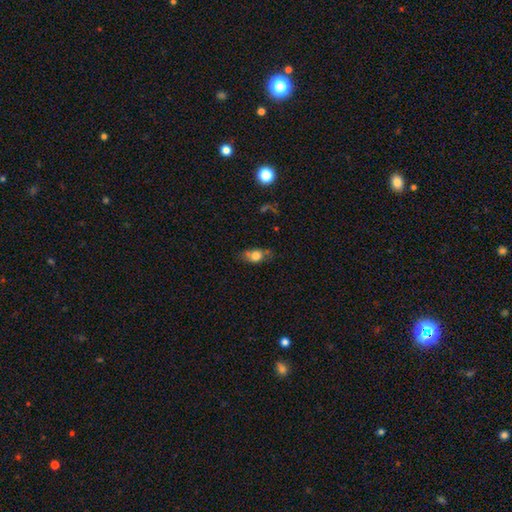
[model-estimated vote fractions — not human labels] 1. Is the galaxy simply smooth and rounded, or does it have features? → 68% smooth, 22% featured or disk, 10% star or artifact.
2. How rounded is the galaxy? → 74% in between, 16% round, 10% cigar-shaped.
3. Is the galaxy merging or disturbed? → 57% none, 28% minor disturbance, 11% major disturbance, 4% merger.